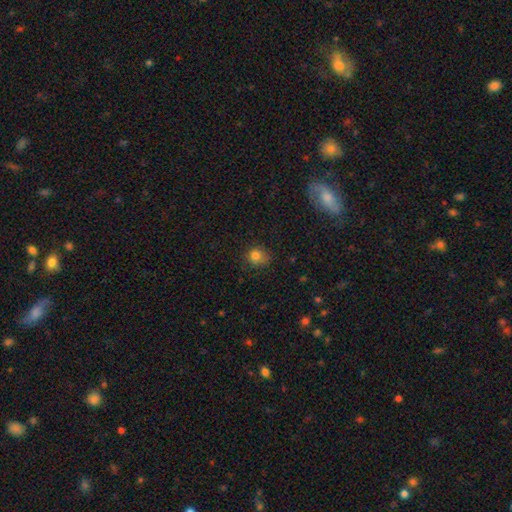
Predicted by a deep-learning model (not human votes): Smooth or featured?
  - smooth: 80% *
  - star or artifact: 13%
  - featured or disk: 7%
How rounded?
  - round: 77% *
  - in between: 22%
  - cigar-shaped: 1%
Merging?
  - none: 74% *
  - minor disturbance: 19%
  - major disturbance: 5%
  - merger: 1%